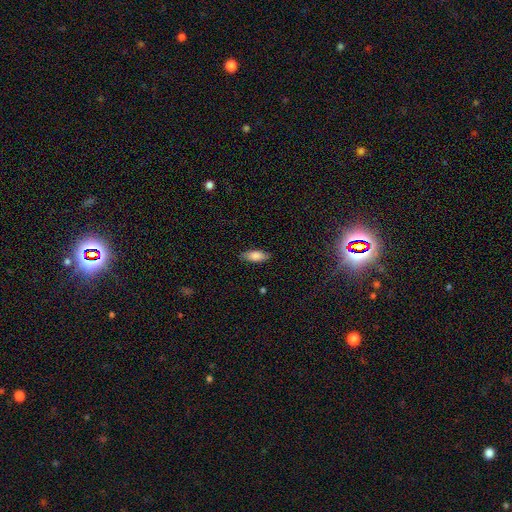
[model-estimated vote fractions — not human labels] Morphology: type=smooth (81%); roundness=in between (76%); merging=none (84%).